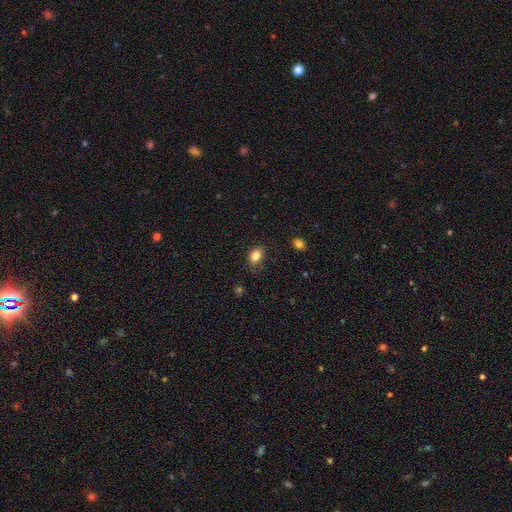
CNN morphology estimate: smooth_or_featured: smooth (p=0.84) [alt: star or artifact p=0.10]
how_rounded: in between (p=0.70) [alt: round p=0.29]
merging: none (p=0.76) [alt: minor disturbance p=0.19]